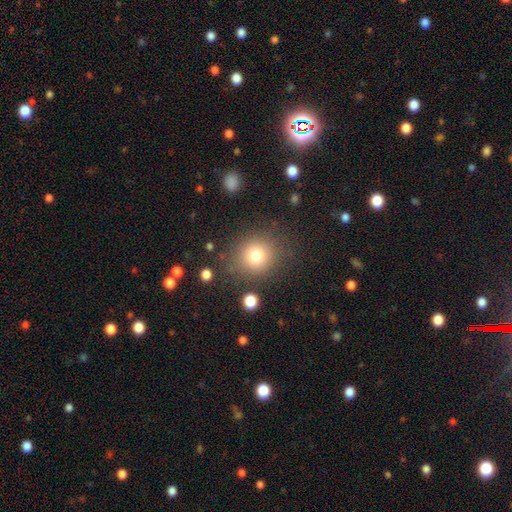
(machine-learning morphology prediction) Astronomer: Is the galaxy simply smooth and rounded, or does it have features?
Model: smooth — 77%.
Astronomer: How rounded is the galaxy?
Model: round — 85%.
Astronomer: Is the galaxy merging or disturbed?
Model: none — 81%.